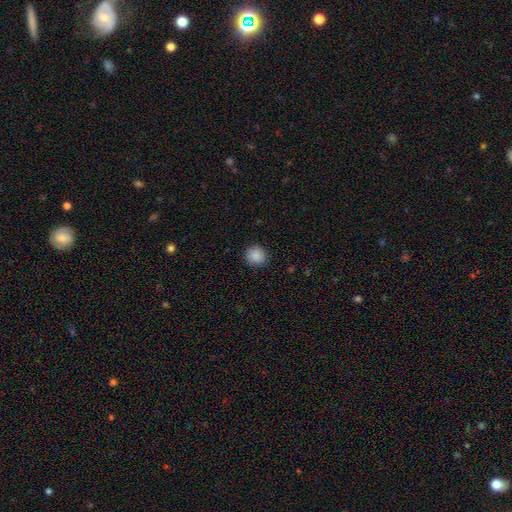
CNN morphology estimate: smooth_or_featured: smooth (p=0.87) [alt: star or artifact p=0.09]
how_rounded: round (p=0.91) [alt: in between p=0.08]
merging: none (p=0.89) [alt: minor disturbance p=0.08]